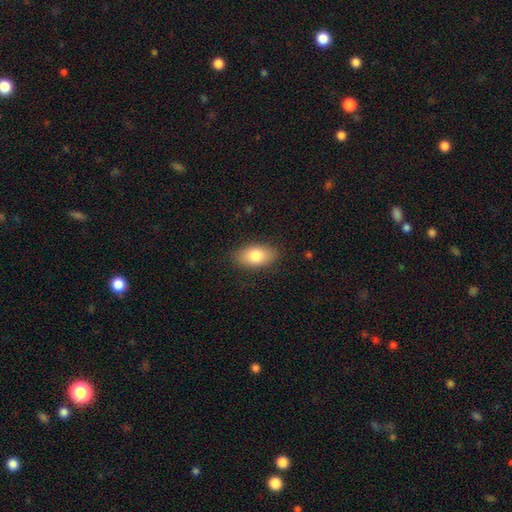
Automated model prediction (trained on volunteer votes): This is clearly a smooth galaxy (81%). How rounded: clearly in between (91%). Merging: clearly none (85%).